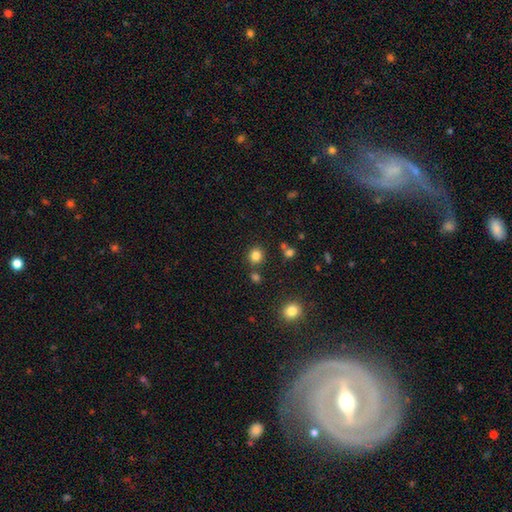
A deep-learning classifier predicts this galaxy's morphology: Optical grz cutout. It shows a smooth galaxy with no disk features (83%) that is round (86%). Merging: none (82%).